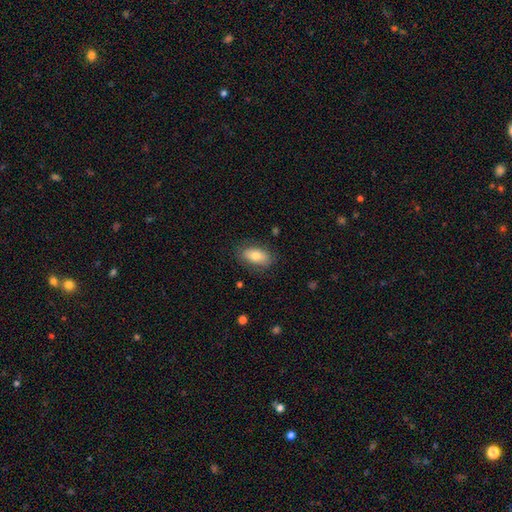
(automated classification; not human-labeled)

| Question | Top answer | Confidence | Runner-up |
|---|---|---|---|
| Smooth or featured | smooth | 73% | featured or disk (19%) |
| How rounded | in between | 90% | round (6%) |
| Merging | none | 82% | minor disturbance (13%) |